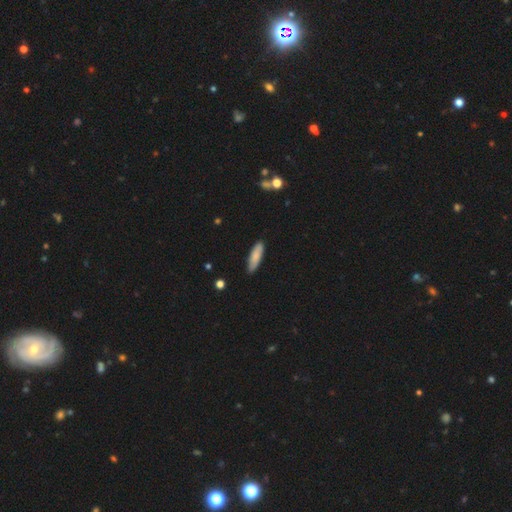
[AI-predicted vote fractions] Smooth or featured? smooth (84%)
How rounded? cigar-shaped (61%)
Merging? none (86%)